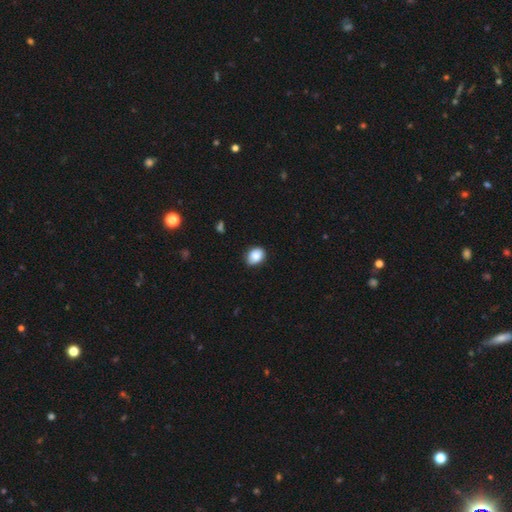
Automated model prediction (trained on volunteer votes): Morphology: type=smooth (86%); roundness=in between (65%); merging=none (78%).